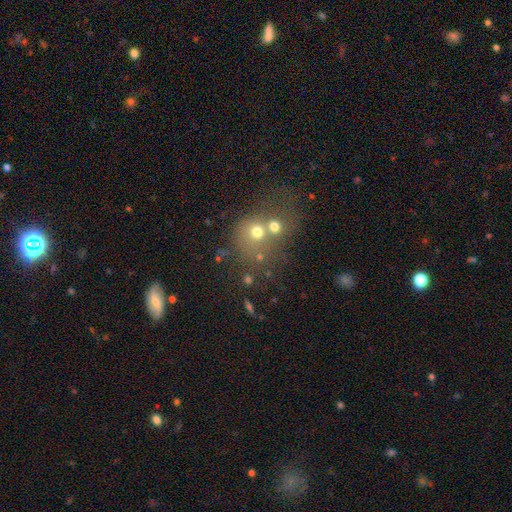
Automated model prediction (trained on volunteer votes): Morphology: type=smooth (53%); roundness=round (71%); merging=merger (58%).